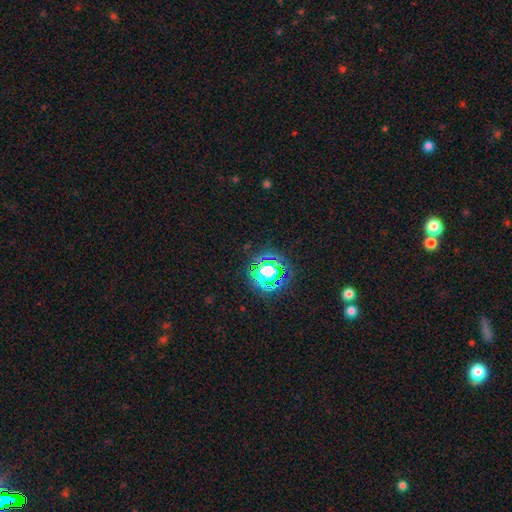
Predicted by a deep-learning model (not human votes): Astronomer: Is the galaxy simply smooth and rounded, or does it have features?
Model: star or artifact — 77%.